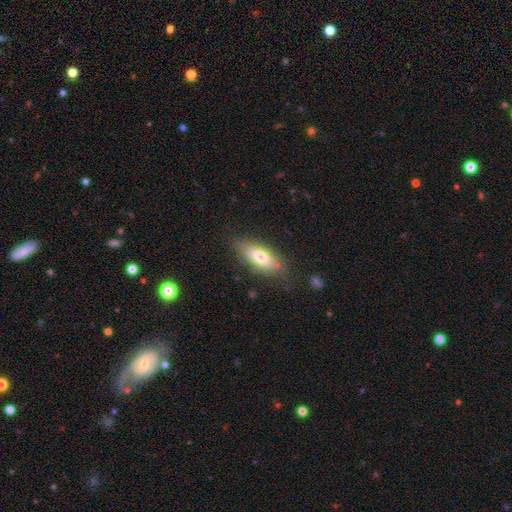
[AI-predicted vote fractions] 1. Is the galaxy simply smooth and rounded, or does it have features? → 70% smooth, 23% featured or disk, 7% star or artifact.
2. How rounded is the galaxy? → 77% in between, 20% cigar-shaped, 3% round.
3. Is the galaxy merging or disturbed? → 76% none, 17% minor disturbance, 5% major disturbance, 2% merger.